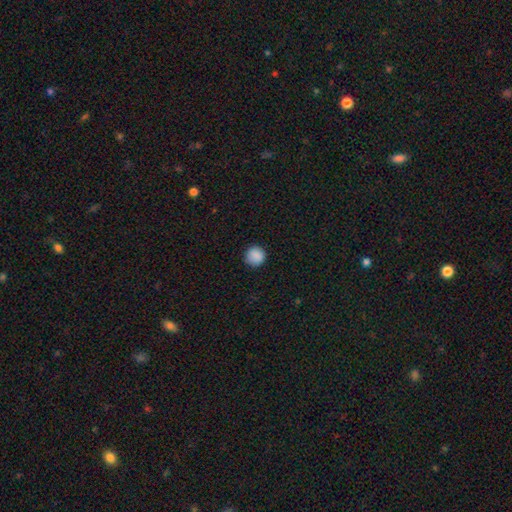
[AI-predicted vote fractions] Smooth or featured: smooth — 88% (star or artifact — 9%)
How rounded: round — 94% (in between — 5%)
Merging: none — 90% (minor disturbance — 7%)